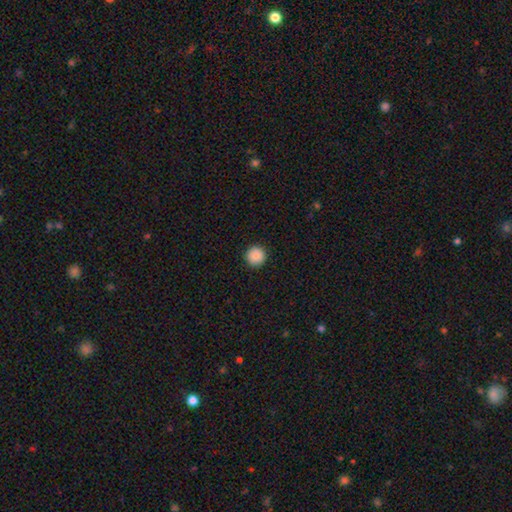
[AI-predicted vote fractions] This appears to be a smooth galaxy with no disk features (89%) that is round (96%). Merging: none (93%).